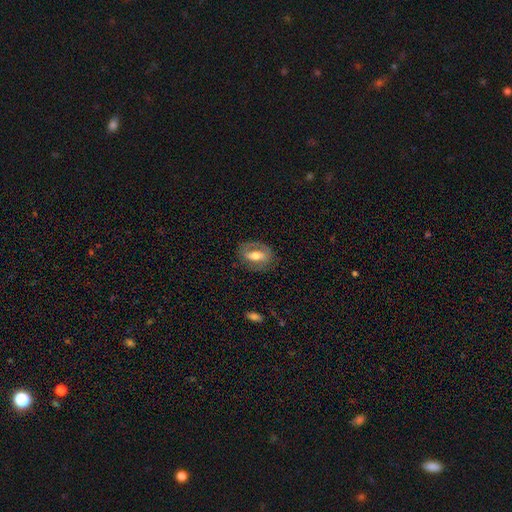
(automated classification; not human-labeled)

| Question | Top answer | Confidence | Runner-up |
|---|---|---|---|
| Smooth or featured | featured or disk | 57% | smooth (37%) |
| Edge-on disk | no | 88% | yes (12%) |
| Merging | none | 72% | minor disturbance (17%) |